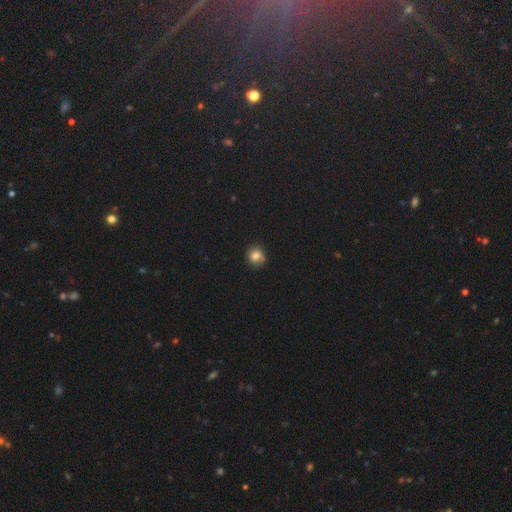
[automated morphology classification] Smooth or featured: smooth — 81% (star or artifact — 12%)
How rounded: round — 86% (in between — 13%)
Merging: none — 74% (minor disturbance — 15%)